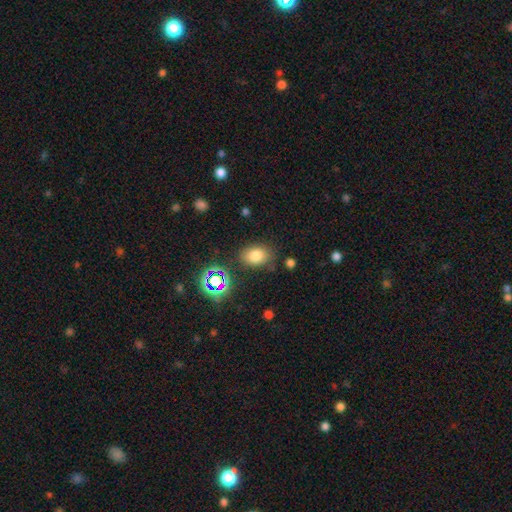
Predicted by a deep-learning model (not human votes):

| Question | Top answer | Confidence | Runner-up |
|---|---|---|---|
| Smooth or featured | smooth | 75% | star or artifact (16%) |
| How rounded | in between | 71% | round (28%) |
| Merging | none | 76% | minor disturbance (15%) |